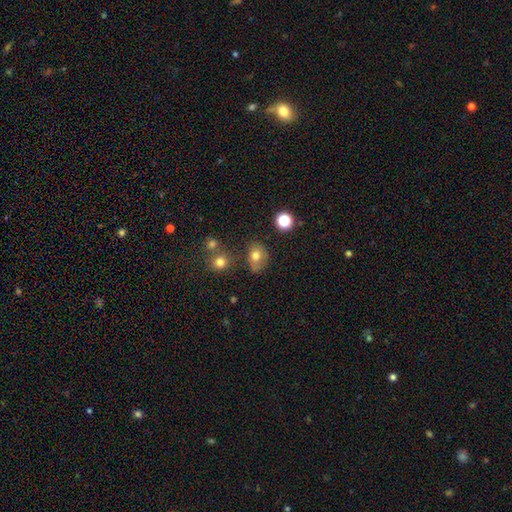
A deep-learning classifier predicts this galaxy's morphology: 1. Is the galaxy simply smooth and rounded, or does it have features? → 75% smooth, 13% featured or disk, 12% star or artifact.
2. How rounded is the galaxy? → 63% in between, 36% round, 1% cigar-shaped.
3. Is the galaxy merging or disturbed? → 61% none, 24% minor disturbance, 8% major disturbance, 7% merger.